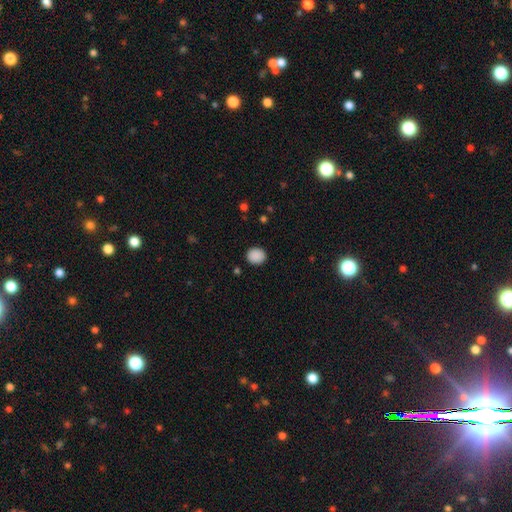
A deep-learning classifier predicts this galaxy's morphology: Smooth or featured? Predicted: smooth (p=0.89). How rounded? Predicted: round (p=0.74). Merging? Predicted: none (p=0.89).